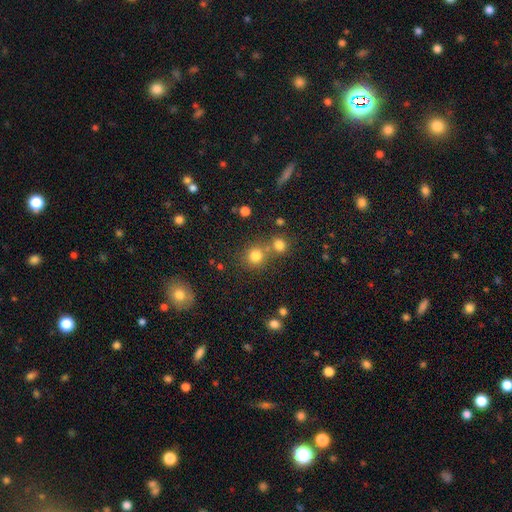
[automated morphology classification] The model was most divided on "merging": none: 63%, merger: 25%, minor disturbance: 8%, major disturbance: 3%. More confident: how rounded — round (89%); smooth or featured — smooth (79%).